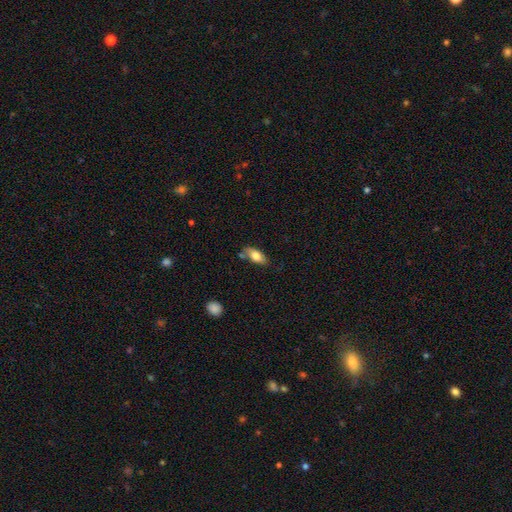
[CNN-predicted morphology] Q: Smooth or featured?
A: smooth (77%); runner-up: featured or disk (16%)
Q: How rounded?
A: in between (85%); runner-up: cigar-shaped (12%)
Q: Merging?
A: none (68%); runner-up: minor disturbance (20%)